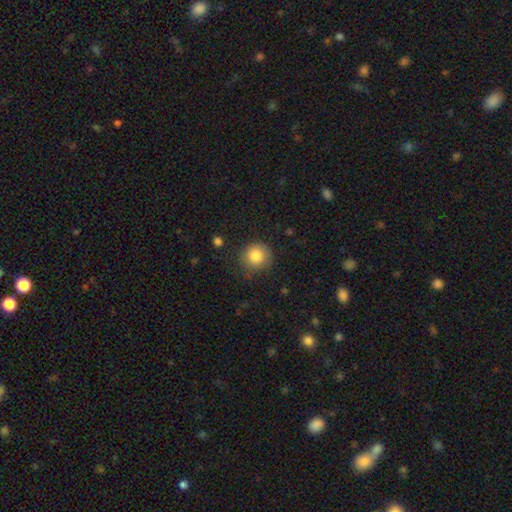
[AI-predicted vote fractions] Smooth or featured: smooth — 83% (star or artifact — 9%)
How rounded: round — 91% (in between — 8%)
Merging: none — 80% (minor disturbance — 14%)